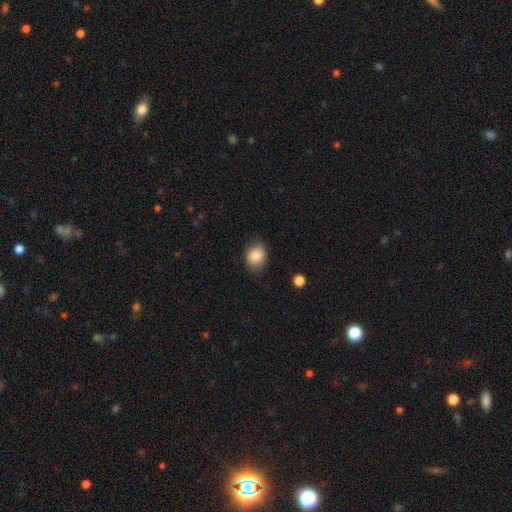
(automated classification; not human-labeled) This is clearly a smooth galaxy (87%). How rounded: possibly round (52%). Merging: clearly none (80%).